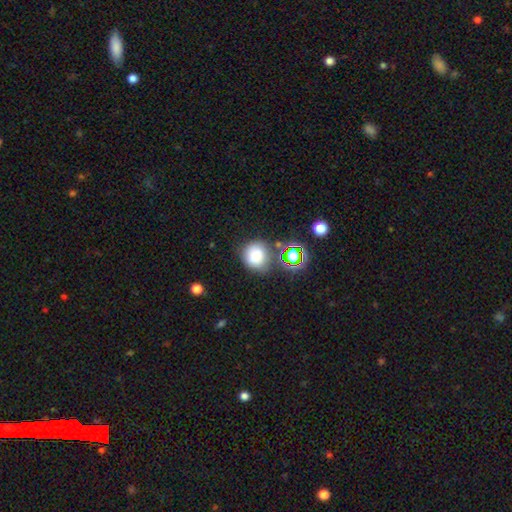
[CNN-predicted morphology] smooth_or_featured: smooth (p=0.75) [alt: star or artifact p=0.16]
how_rounded: round (p=0.86) [alt: in between p=0.13]
merging: none (p=0.70) [alt: minor disturbance p=0.16]